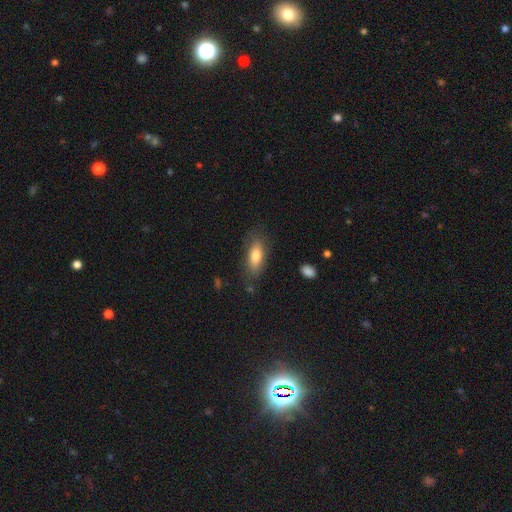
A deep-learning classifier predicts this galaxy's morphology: Smooth or featured: smooth — 77% (featured or disk — 16%)
How rounded: in between — 76% (cigar-shaped — 20%)
Merging: none — 78% (minor disturbance — 16%)